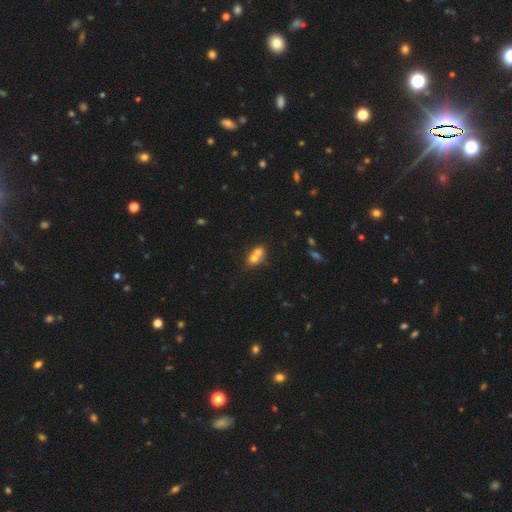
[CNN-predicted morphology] Smooth or featured? Predicted: smooth (p=0.64). How rounded? Predicted: round (p=0.52). Merging? Predicted: merger (p=0.69).